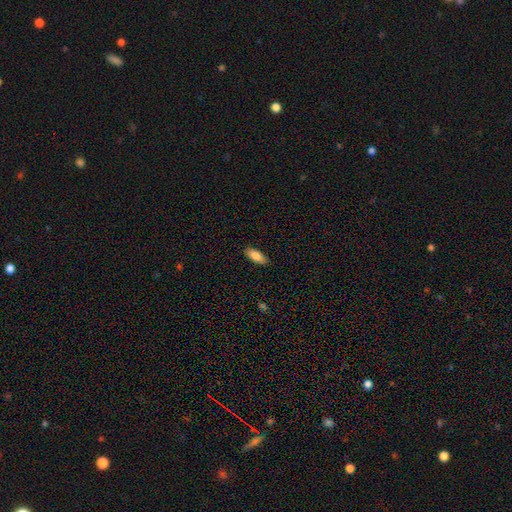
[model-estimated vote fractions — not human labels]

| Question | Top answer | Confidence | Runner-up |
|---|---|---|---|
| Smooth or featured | smooth | 84% | featured or disk (9%) |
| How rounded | in between | 82% | cigar-shaped (16%) |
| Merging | none | 88% | minor disturbance (9%) |